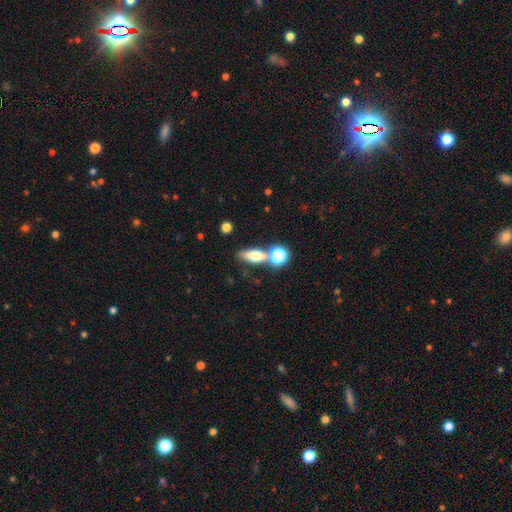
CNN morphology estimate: smooth-or-featured: smooth: 60% | featured or disk: 27% | star or artifact: 13%
  how-rounded: in between: 56% | cigar-shaped: 31% | round: 13%
  merging: none: 61% | merger: 23% | minor disturbance: 12% | major disturbance: 5%